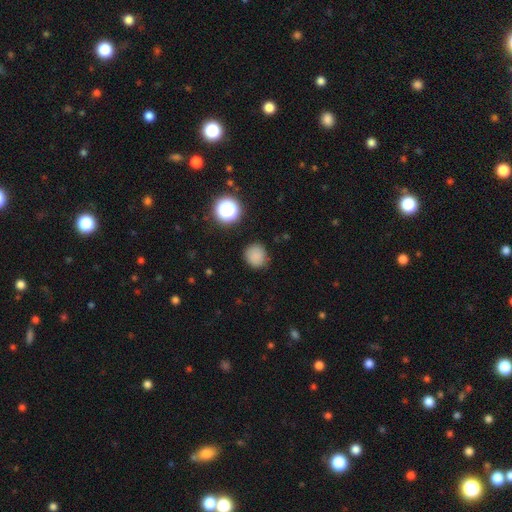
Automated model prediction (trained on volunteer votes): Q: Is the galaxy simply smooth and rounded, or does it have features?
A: smooth — 82%.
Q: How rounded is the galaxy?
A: round — 88%.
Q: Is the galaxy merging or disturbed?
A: none — 84%.